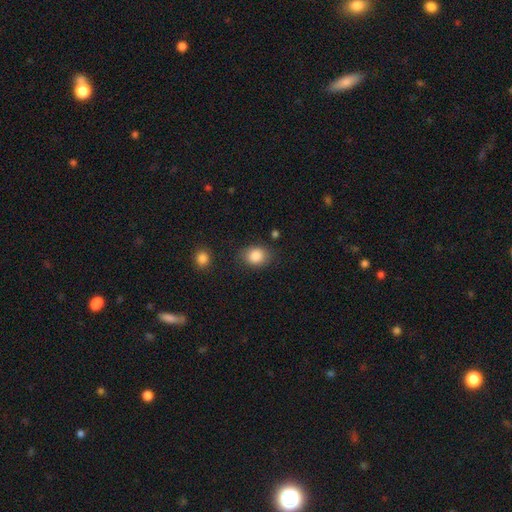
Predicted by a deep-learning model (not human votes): A smooth galaxy with no disk features (86%) that is round (50%). Merging: none (77%).